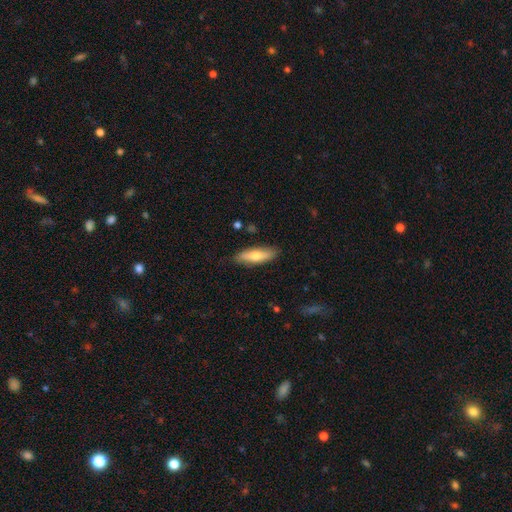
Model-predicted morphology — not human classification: Q: Smooth or featured?
A: smooth (64%); runner-up: featured or disk (30%)
Q: How rounded?
A: cigar-shaped (55%); runner-up: in between (43%)
Q: Merging?
A: none (84%); runner-up: minor disturbance (12%)